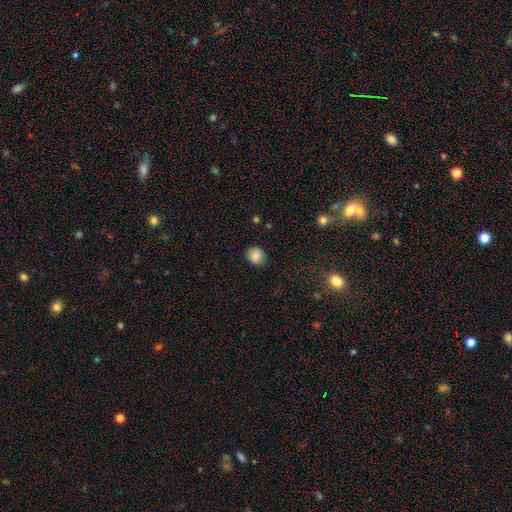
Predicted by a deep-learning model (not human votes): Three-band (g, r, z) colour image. It shows a smooth galaxy with no disk features (83%) that is round (68%). Merging: none (82%).